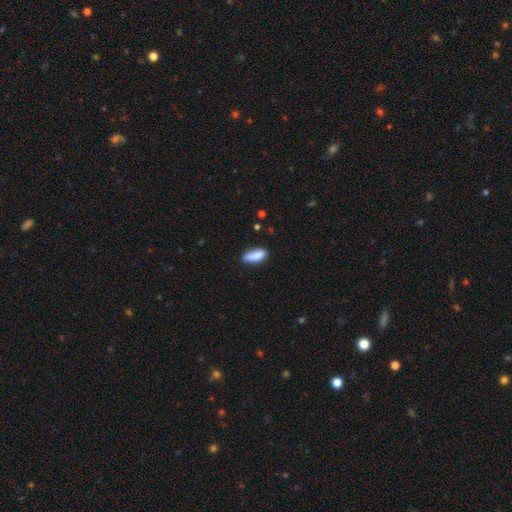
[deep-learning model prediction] This is clearly a smooth galaxy (85%). How rounded: likely in between (64%). Merging: likely none (70%).